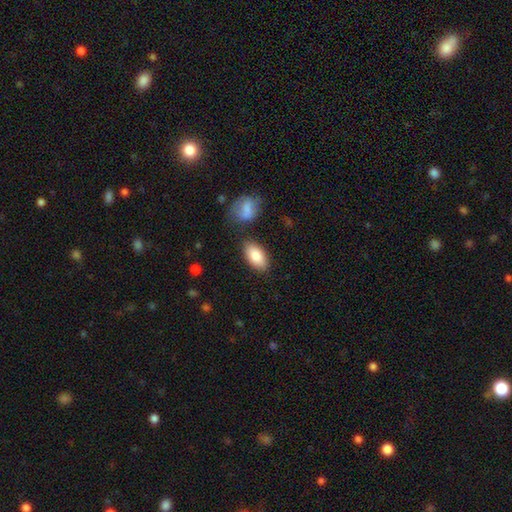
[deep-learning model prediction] Q: Smooth or featured?
A: smooth (86%); runner-up: featured or disk (8%)
Q: How rounded?
A: in between (93%); runner-up: round (3%)
Q: Merging?
A: none (80%); runner-up: minor disturbance (11%)